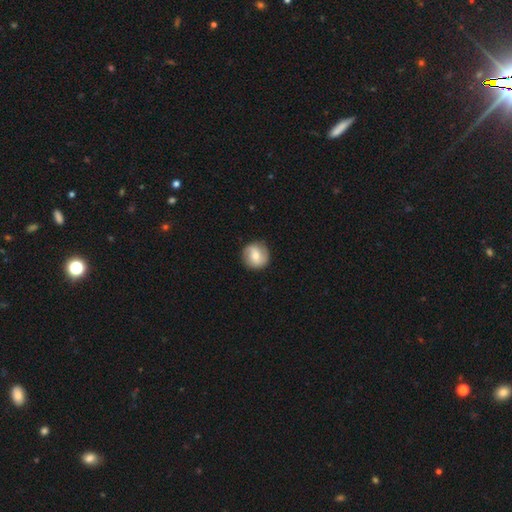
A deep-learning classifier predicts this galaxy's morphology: type=smooth (58%); roundness=round (92%); merging=none (87%).